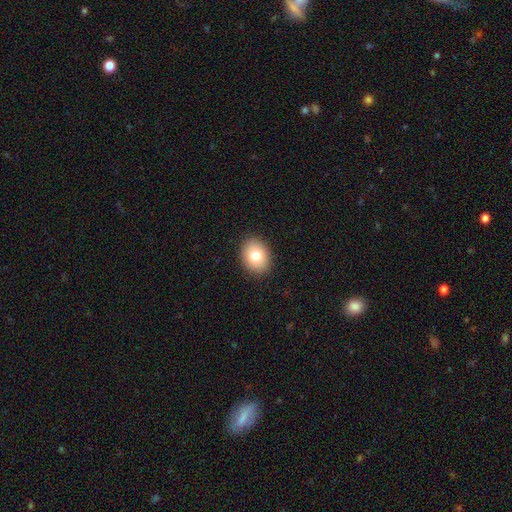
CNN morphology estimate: Smooth or featured: smooth — 79% (featured or disk — 12%)
How rounded: in between — 56% (round — 43%)
Merging: none — 91% (minor disturbance — 7%)